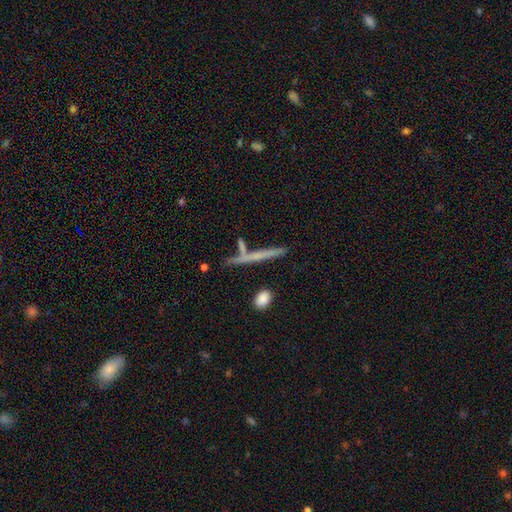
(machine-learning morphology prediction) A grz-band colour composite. It shows a featured or disk galaxy (46%). Merging: none (78%).